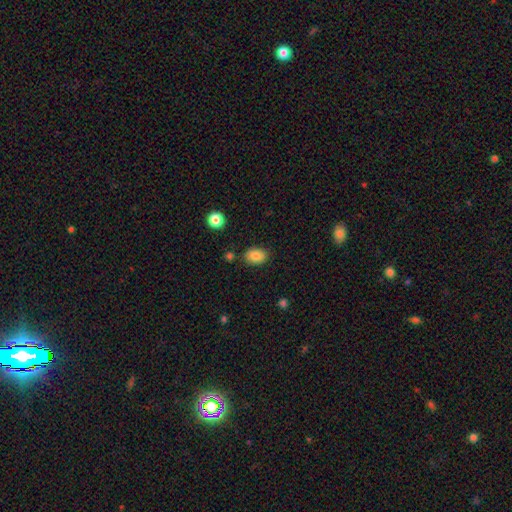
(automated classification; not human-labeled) Q: Smooth or featured?
A: smooth (84%); runner-up: star or artifact (9%)
Q: How rounded?
A: in between (77%); runner-up: round (22%)
Q: Merging?
A: none (82%); runner-up: minor disturbance (11%)